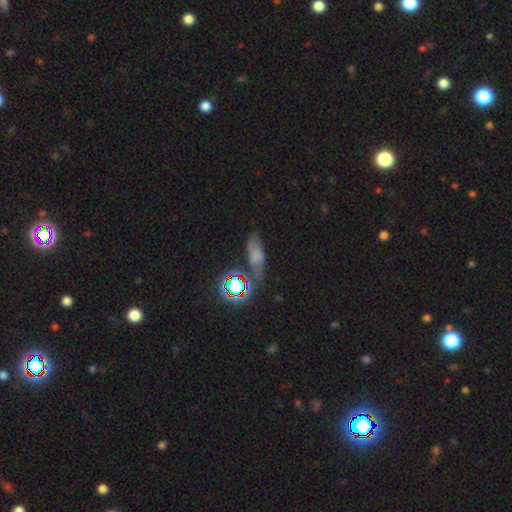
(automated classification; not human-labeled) Smooth or featured? smooth (50%)
How rounded? in between (70%)
Merging? none (52%)